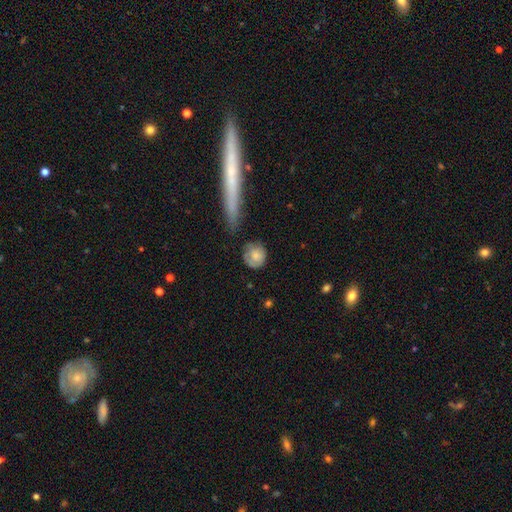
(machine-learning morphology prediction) This appears to be a smooth galaxy with no disk features (74%) that is round (85%). Merging: none (58%).